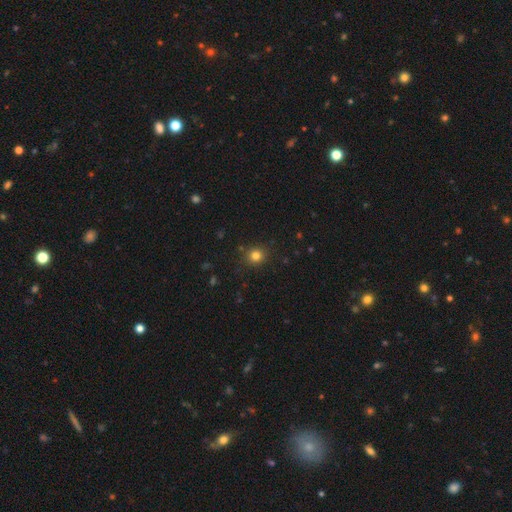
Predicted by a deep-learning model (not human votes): smooth-or-featured: smooth: 80% | star or artifact: 14% | featured or disk: 5%
  how-rounded: round: 87% | in between: 12% | cigar-shaped: 1%
  merging: none: 88% | minor disturbance: 8% | major disturbance: 2% | merger: 2%